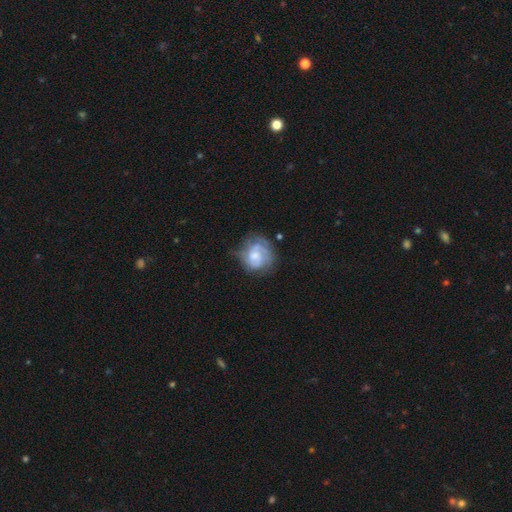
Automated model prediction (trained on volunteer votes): A featured or disk galaxy (62%) with no bar (63%), spiral arms (78%) and a moderate central bulge (39%).

Vote fractions:
- Smooth or featured? featured or disk: 62% / smooth: 31% / star or artifact: 7%
- Edge-on disk? no: 98% / yes: 2%
- Bar? no: 63% / weak: 32% / strong: 5%
- Spiral arms? yes: 78% / no: 22%
- Bulge size? moderate: 39% / small: 34% / none: 17% / large: 9% / dominant: 2%
- Merging? none: 53% / minor disturbance: 27% / major disturbance: 17% / merger: 3%